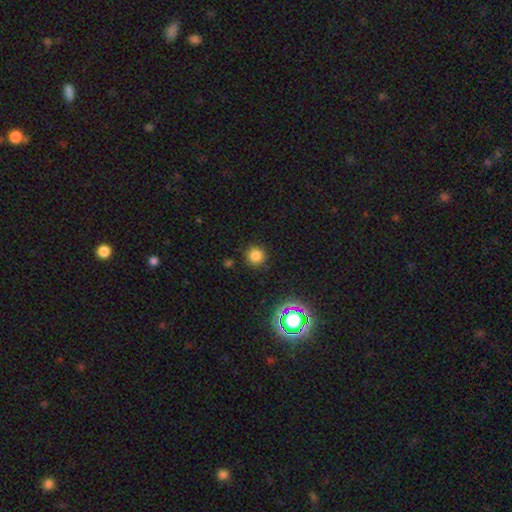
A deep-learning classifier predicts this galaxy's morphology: smooth-or-featured: smooth: 79% | star or artifact: 17% | featured or disk: 5%
  how-rounded: round: 94% | in between: 5% | cigar-shaped: 1%
  merging: none: 88% | minor disturbance: 7% | major disturbance: 3% | merger: 2%